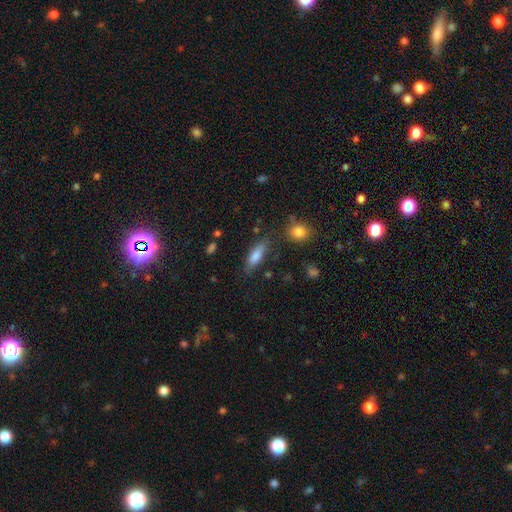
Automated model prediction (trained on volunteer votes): A smooth galaxy with no disk features (76%) that is in between round and cigar-shaped (55%).

Vote fractions:
- Smooth or featured? smooth: 76% / featured or disk: 16% / star or artifact: 8%
- How rounded? in between: 55% / cigar-shaped: 42% / round: 3%
- Merging? none: 75% / minor disturbance: 16% / major disturbance: 5% / merger: 4%